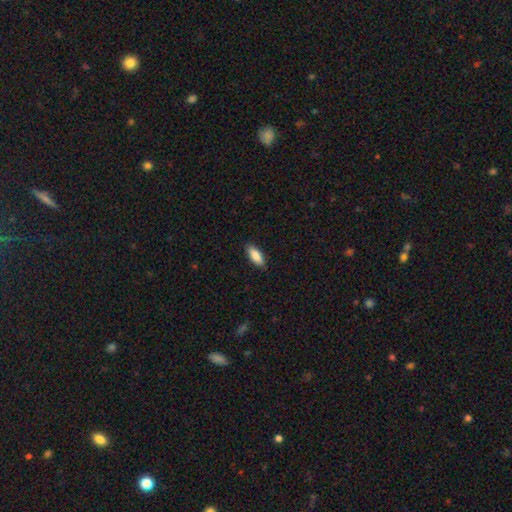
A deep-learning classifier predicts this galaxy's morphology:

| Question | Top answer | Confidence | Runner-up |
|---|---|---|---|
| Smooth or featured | smooth | 87% | featured or disk (7%) |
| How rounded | in between | 75% | cigar-shaped (23%) |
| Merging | none | 88% | minor disturbance (9%) |